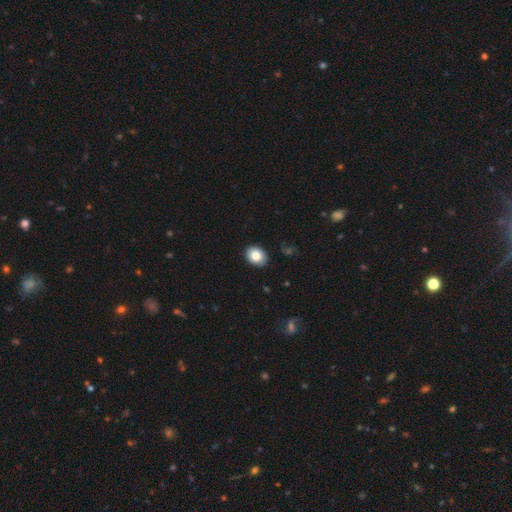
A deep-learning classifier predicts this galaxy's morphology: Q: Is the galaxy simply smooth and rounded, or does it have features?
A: smooth — 83%.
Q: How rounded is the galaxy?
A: in between — 62%.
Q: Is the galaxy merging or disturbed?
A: none — 86%.